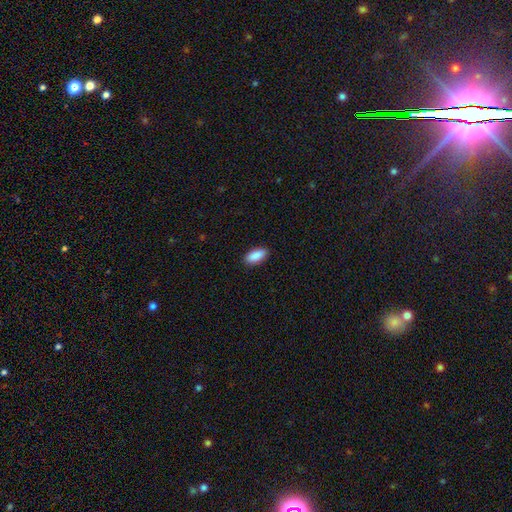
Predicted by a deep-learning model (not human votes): Smooth or featured? Predicted: smooth (p=0.90). How rounded? Predicted: in between (p=0.87). Merging? Predicted: none (p=0.89).